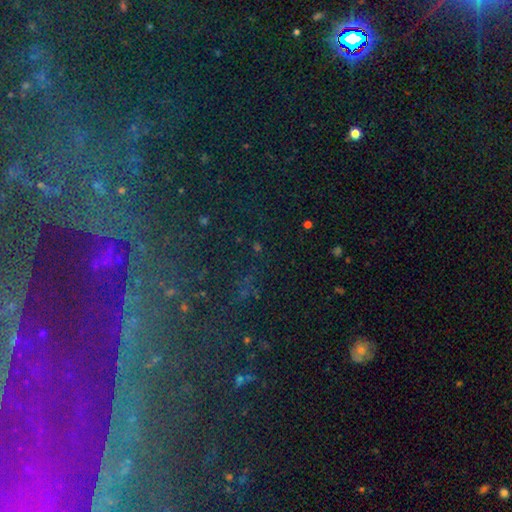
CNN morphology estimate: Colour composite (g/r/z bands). It shows a star or artifact, not a galaxy (56%).